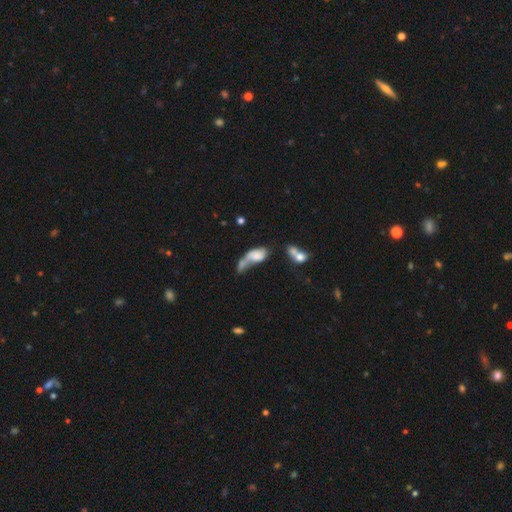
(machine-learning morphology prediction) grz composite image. It shows a smooth galaxy with no disk features (57%) that is in between round and cigar-shaped (82%). Merging: merger (48%).